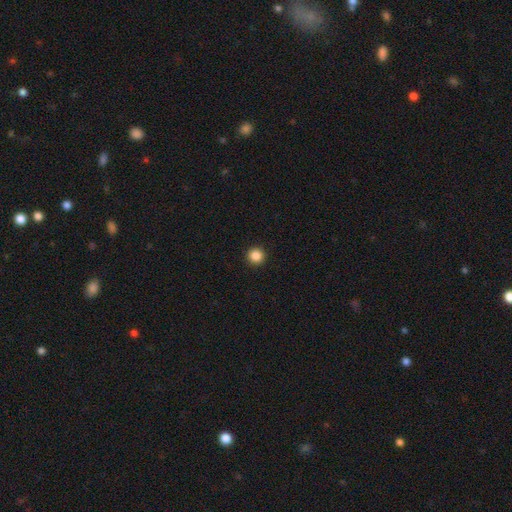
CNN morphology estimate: Smooth or featured: smooth — 86% (star or artifact — 11%)
How rounded: round — 96% (in between — 3%)
Merging: none — 94% (minor disturbance — 4%)